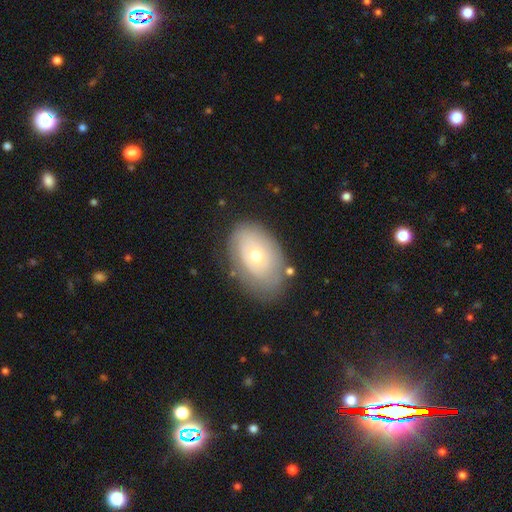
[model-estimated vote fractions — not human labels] A featured or disk galaxy (49%). Merging: none (71%).